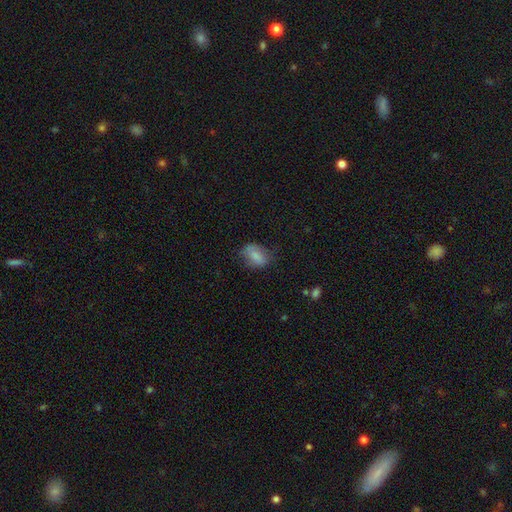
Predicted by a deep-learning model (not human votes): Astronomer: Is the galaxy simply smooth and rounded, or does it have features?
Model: smooth — 80%.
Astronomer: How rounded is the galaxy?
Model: in between — 84%.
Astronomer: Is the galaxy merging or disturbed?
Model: none — 62%.